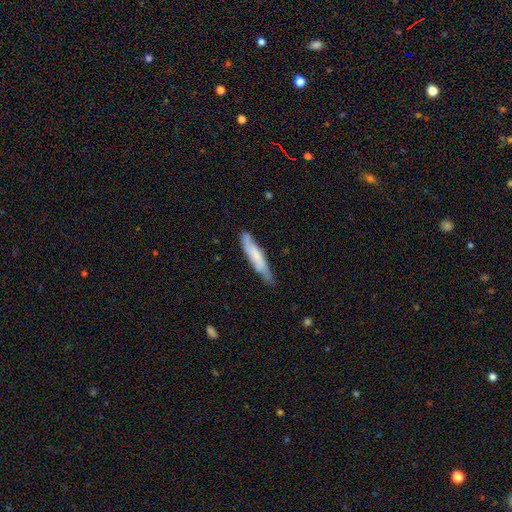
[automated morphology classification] Smooth or featured?
  - smooth: 60% *
  - featured or disk: 35%
  - star or artifact: 6%
How rounded?
  - cigar-shaped: 88% *
  - in between: 11%
  - round: 1%
Merging?
  - none: 75% *
  - minor disturbance: 20%
  - major disturbance: 3%
  - merger: 1%